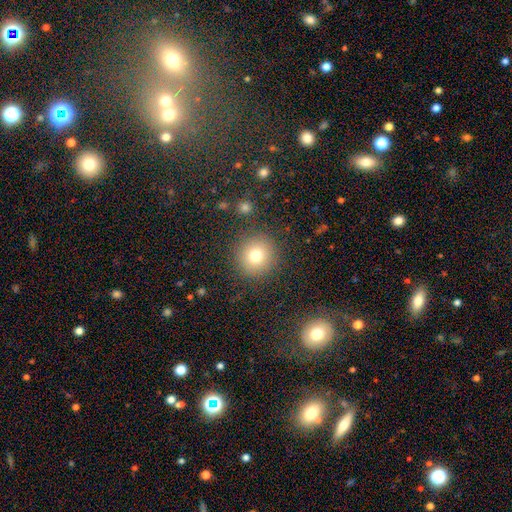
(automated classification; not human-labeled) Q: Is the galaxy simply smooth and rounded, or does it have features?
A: smooth — 75%.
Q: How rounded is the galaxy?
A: round — 93%.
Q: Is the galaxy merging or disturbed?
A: none — 87%.